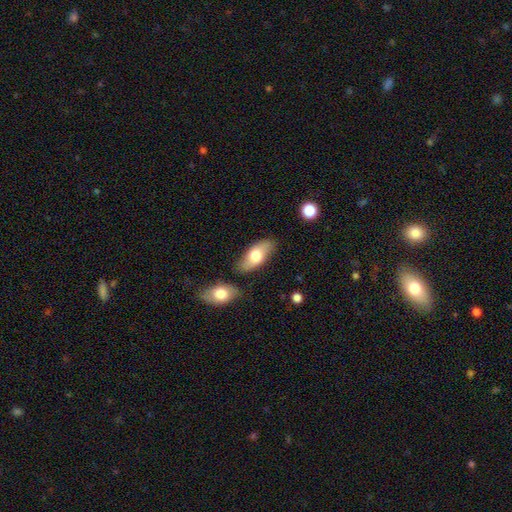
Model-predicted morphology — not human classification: The model was most divided on "smooth or featured": smooth: 69%, featured or disk: 26%, star or artifact: 6%. More confident: how rounded — in between (85%); merging — none (79%).